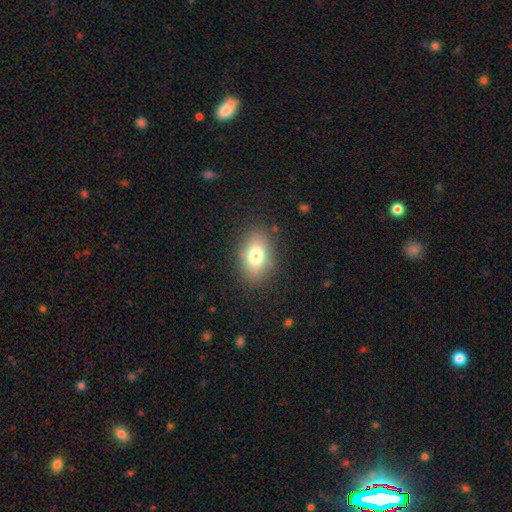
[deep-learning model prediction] This is likely a smooth galaxy (75%). How rounded: clearly in between (81%). Merging: clearly none (83%).